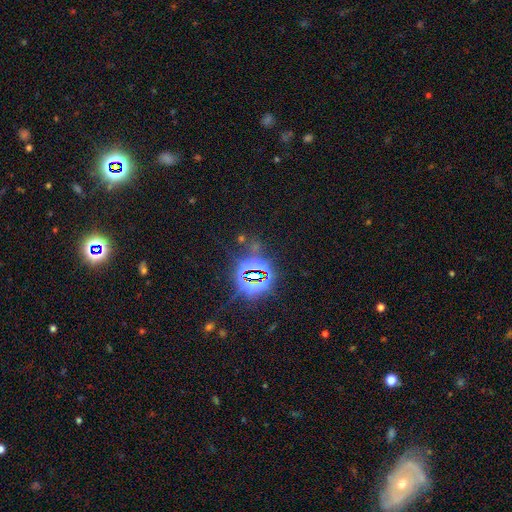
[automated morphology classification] A star or artifact, not a galaxy (82%).

Vote fractions:
- Smooth or featured? star or artifact: 82% / smooth: 10% / featured or disk: 8%